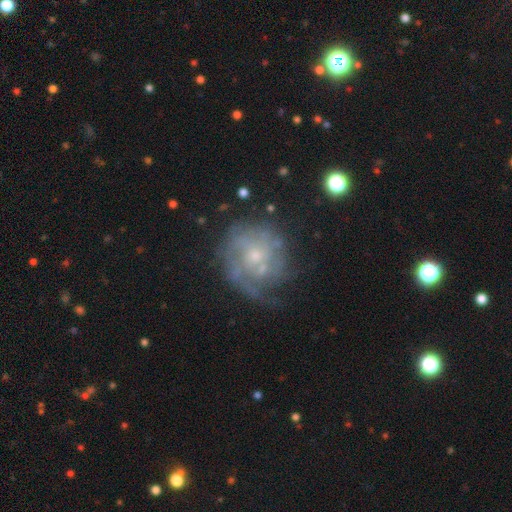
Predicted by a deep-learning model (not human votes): The model was most divided on "bulge size": small: 56%, moderate: 36%, none: 5%, large: 2%, dominant: 1%. More confident: edge-on disk — no (97%); bar — no (79%); smooth or featured — featured or disk (69%); spiral arms — yes (67%); merging — none (53%).